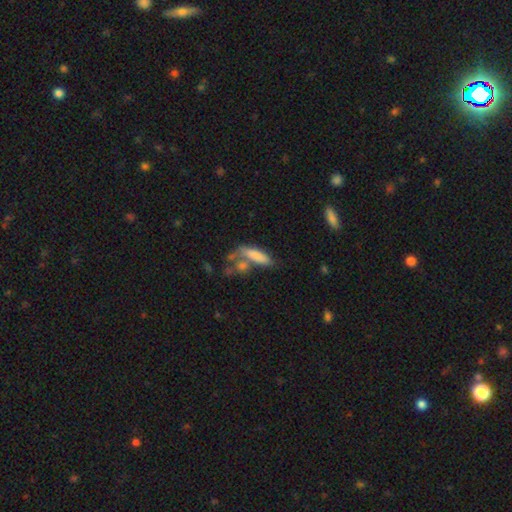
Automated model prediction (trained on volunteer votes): The model was most divided on "merging": none: 44%, merger: 27%, minor disturbance: 18%, major disturbance: 11%. More confident: smooth or featured — smooth (75%); how rounded — cigar-shaped (57%).